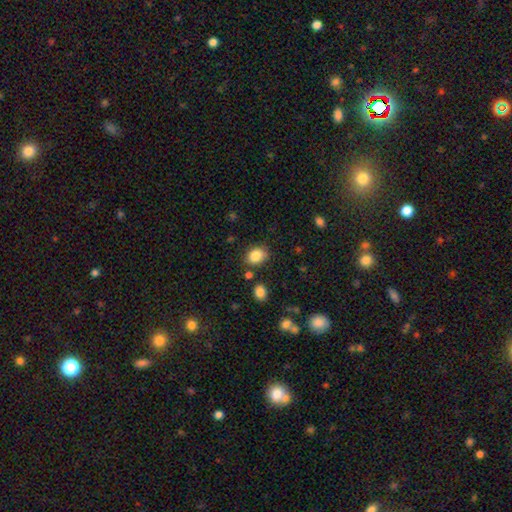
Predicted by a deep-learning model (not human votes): Smooth or featured? smooth (85%)
How rounded? in between (54%)
Merging? none (80%)